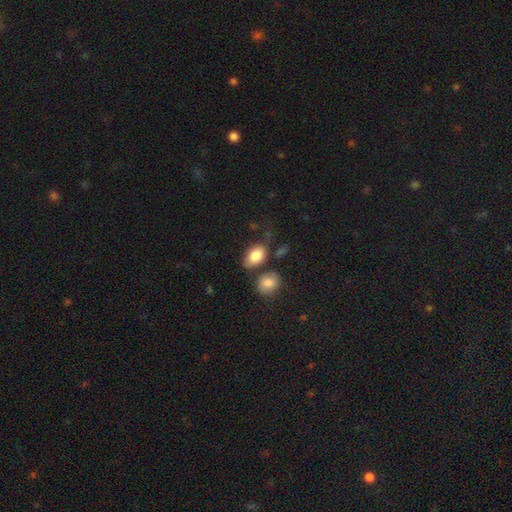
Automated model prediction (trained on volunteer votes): Smooth or featured: smooth — 84% (featured or disk — 9%)
How rounded: in between — 89% (round — 10%)
Merging: none — 53% (minor disturbance — 22%)